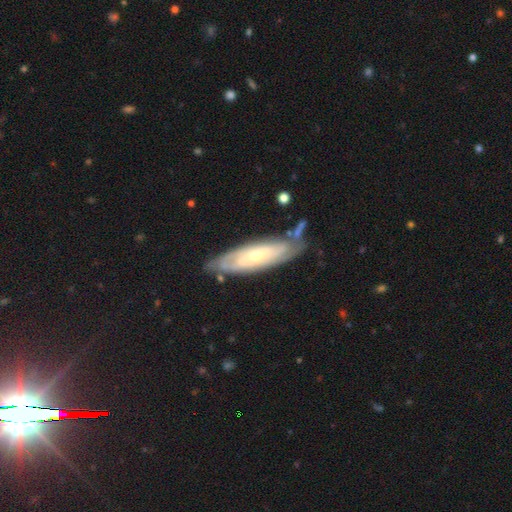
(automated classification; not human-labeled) Smooth or featured: featured or disk — 73% (smooth — 21%)
Edge-on disk: no — 78% (yes — 22%)
Bar: no — 64% (weak — 26%)
Spiral arms: yes — 84% (no — 16%)
Bulge size: small — 57% (moderate — 39%)
Merging: none — 71% (minor disturbance — 20%)